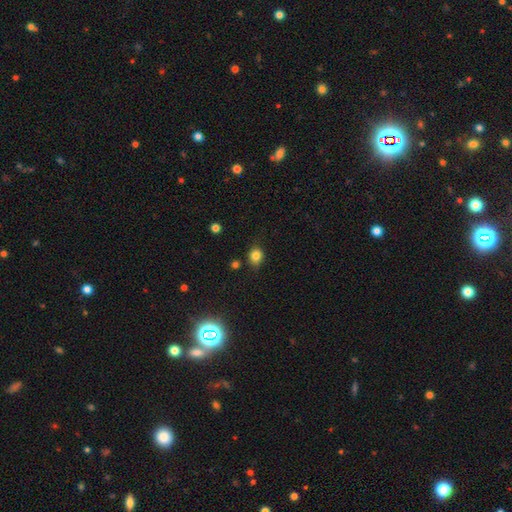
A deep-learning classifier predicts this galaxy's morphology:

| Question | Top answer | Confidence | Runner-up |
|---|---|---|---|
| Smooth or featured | smooth | 80% | star or artifact (13%) |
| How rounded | round | 62% | in between (37%) |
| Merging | none | 76% | minor disturbance (18%) |